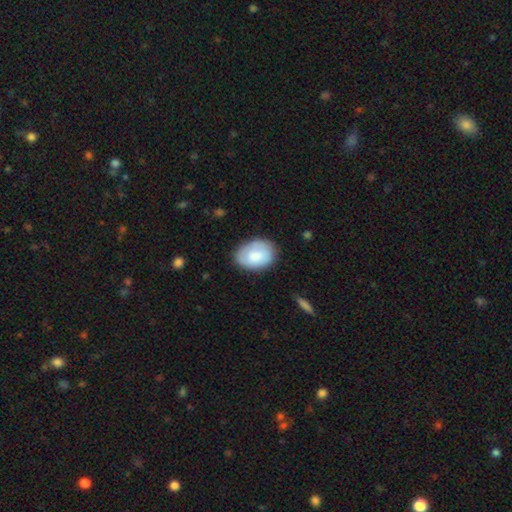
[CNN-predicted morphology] This appears to be a smooth galaxy with no disk features (75%) that is in between round and cigar-shaped (81%). Merging: none (76%).